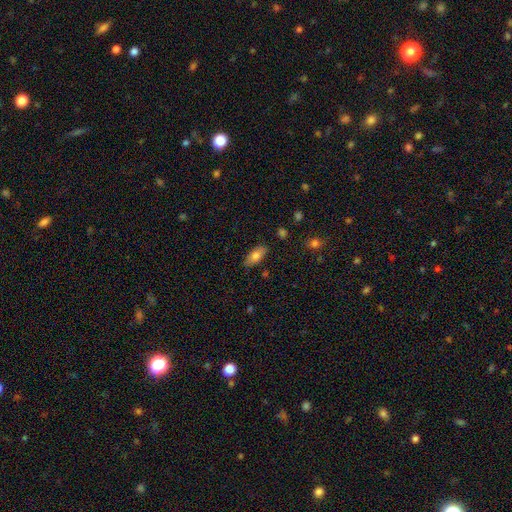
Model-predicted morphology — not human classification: type=smooth (77%); roundness=in between (86%); merging=none (85%).